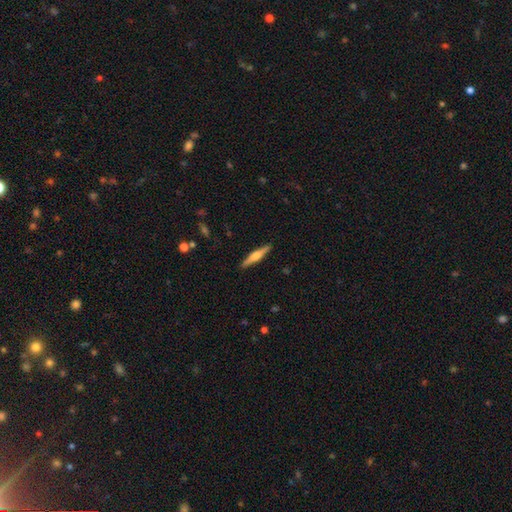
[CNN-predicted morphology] smooth_or_featured: featured or disk (p=0.56) [alt: smooth p=0.39]
disk_edge_on: yes (p=0.97) [alt: no p=0.03]
edge_on_bulge: rounded (p=0.76) [alt: boxy p=0.17]
merging: none (p=0.90) [alt: minor disturbance p=0.07]